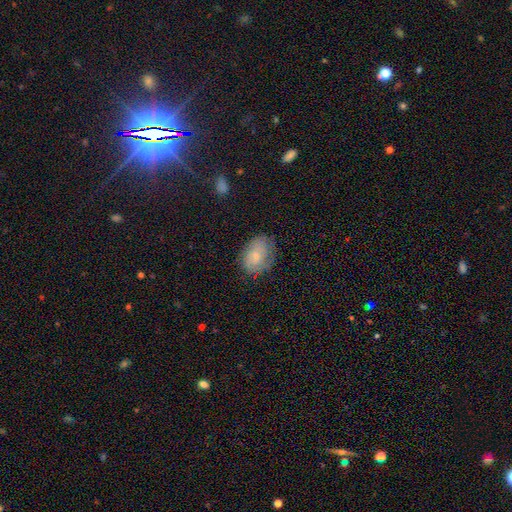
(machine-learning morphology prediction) smooth 70%, featured or disk 22%, star or artifact 8%. Down the decision tree: how rounded — in between (73%); merging — none (69%).